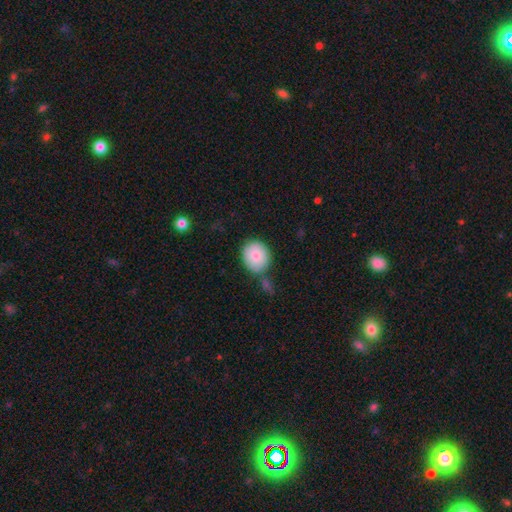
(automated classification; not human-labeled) This is clearly a smooth galaxy (84%). How rounded: likely round (71%). Merging: likely none (67%).